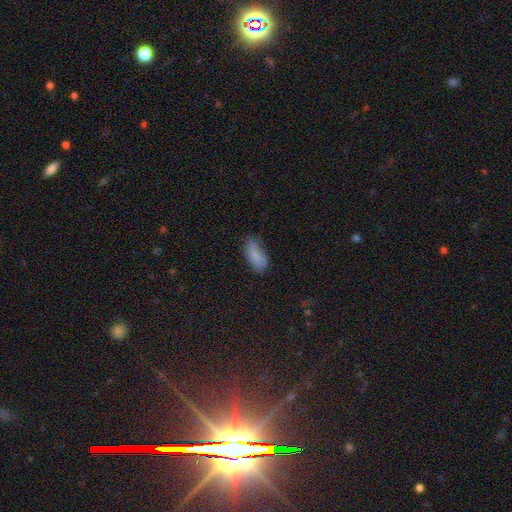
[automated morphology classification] Smooth or featured? Predicted: smooth (p=0.83). How rounded? Predicted: in between (p=0.88). Merging? Predicted: none (p=0.64).